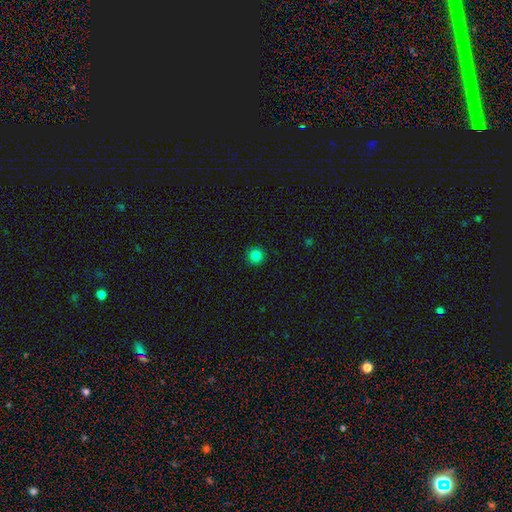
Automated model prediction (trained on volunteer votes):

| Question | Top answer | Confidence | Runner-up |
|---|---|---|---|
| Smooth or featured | smooth | 84% | star or artifact (12%) |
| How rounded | round | 95% | in between (4%) |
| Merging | none | 92% | minor disturbance (5%) |